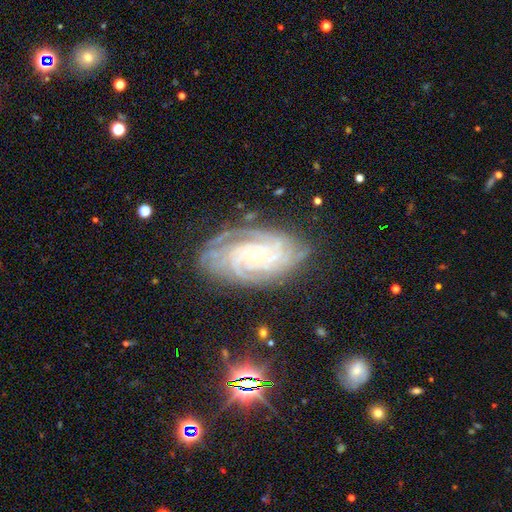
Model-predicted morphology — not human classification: smooth_or_featured: featured or disk (p=0.88) [alt: star or artifact p=0.07]
disk_edge_on: no (p=0.96) [alt: yes p=0.04]
bar: no (p=0.72) [alt: weak p=0.20]
has_spiral_arms: yes (p=0.98) [alt: no p=0.02]
spiral_winding: tight (p=0.79) [alt: medium p=0.18]
spiral_arm_count: 4 (p=0.28) [alt: can't tell p=0.20]
bulge_size: small (p=0.78) [alt: moderate p=0.18]
merging: none (p=0.78) [alt: minor disturbance p=0.16]